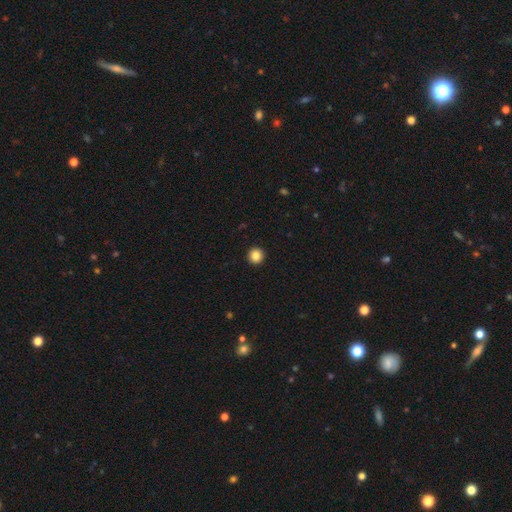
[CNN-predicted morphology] A smooth galaxy with no disk features (85%) that is round (96%). Merging: none (94%).